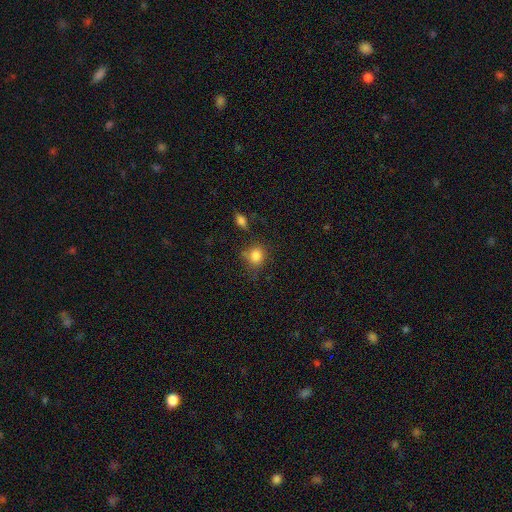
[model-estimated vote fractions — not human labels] smooth_or_featured: smooth (p=0.83) [alt: star or artifact p=0.11]
how_rounded: round (p=0.75) [alt: in between p=0.24]
merging: none (p=0.68) [alt: minor disturbance p=0.19]